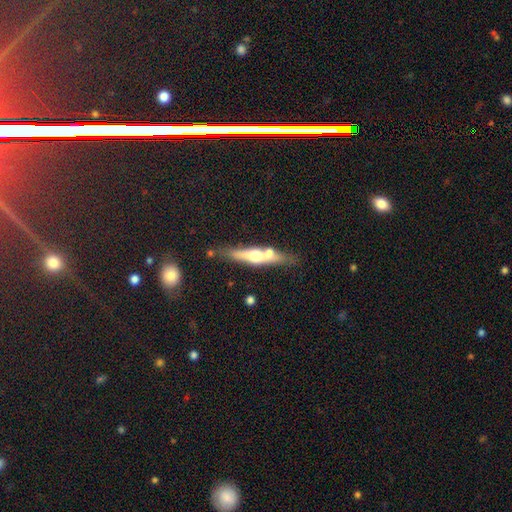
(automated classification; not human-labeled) This is possibly a featured or disk galaxy (58%). It is clearly viewed edge-on (92%). Edge-on bulge: clearly rounded (89%). Merging: likely none (65%).